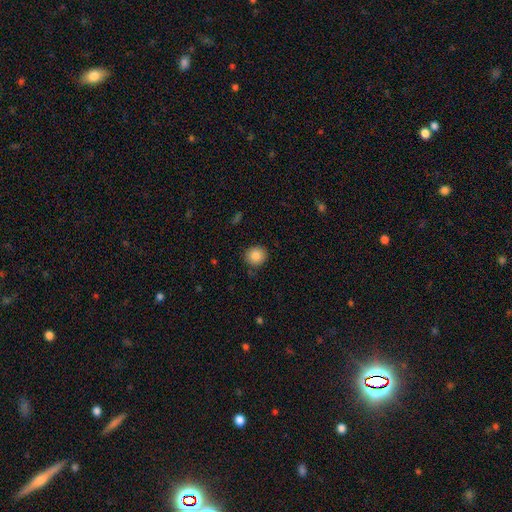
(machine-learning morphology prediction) Smooth or featured?
  - smooth: 87% *
  - star or artifact: 9%
  - featured or disk: 4%
How rounded?
  - round: 89% *
  - in between: 11%
  - cigar-shaped: 1%
Merging?
  - none: 87% *
  - minor disturbance: 9%
  - major disturbance: 2%
  - merger: 1%